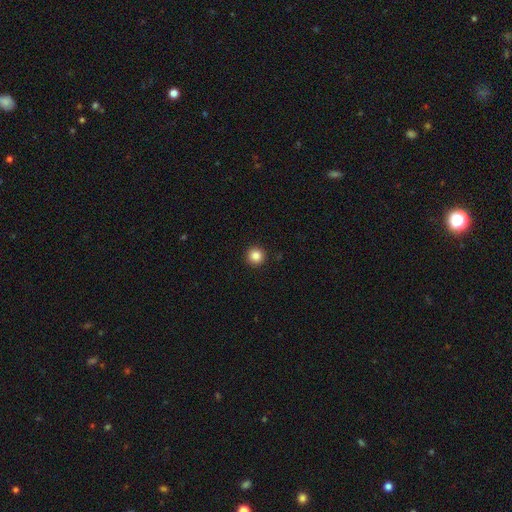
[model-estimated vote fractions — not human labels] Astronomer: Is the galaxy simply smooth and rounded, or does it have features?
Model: smooth — 85%.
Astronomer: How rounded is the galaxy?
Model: round — 96%.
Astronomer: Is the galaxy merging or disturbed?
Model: none — 93%.